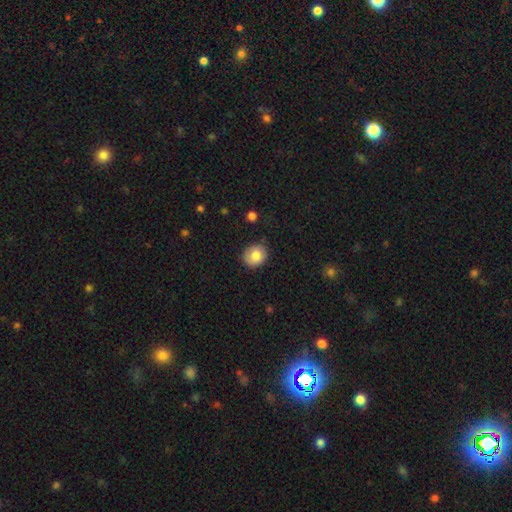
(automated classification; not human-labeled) Smooth or featured? Predicted: smooth (p=0.81). How rounded? Predicted: round (p=0.76). Merging? Predicted: none (p=0.84).